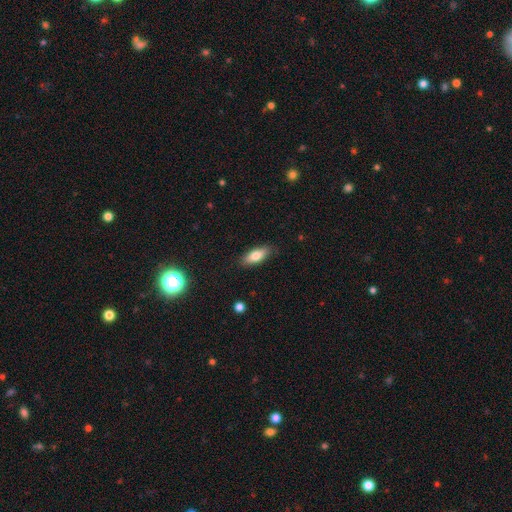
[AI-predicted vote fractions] A smooth galaxy with no disk features (76%) that is in between round and cigar-shaped (74%).

Vote fractions:
- Smooth or featured? smooth: 76% / featured or disk: 17% / star or artifact: 7%
- How rounded? in between: 74% / cigar-shaped: 23% / round: 3%
- Merging? none: 86% / minor disturbance: 10% / major disturbance: 2% / merger: 1%